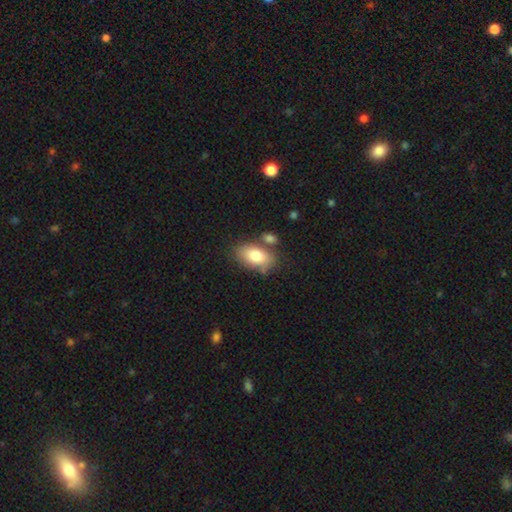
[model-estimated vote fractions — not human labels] smooth 80%, featured or disk 13%, star or artifact 7%. Down the decision tree: how rounded — in between (91%); merging — none (64%).